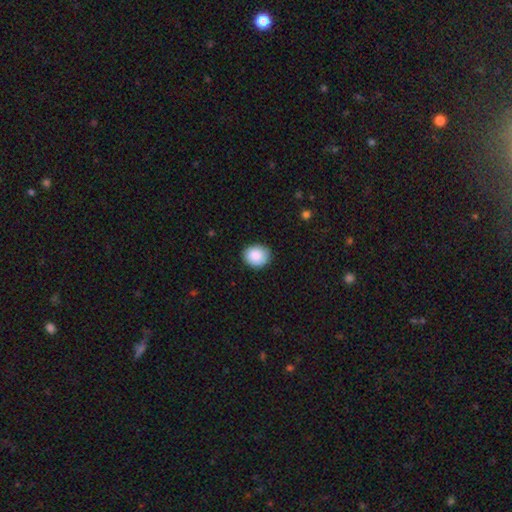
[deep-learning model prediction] smooth 89%, star or artifact 7%, featured or disk 4%. Down the decision tree: how rounded — round (73%); merging — none (88%).